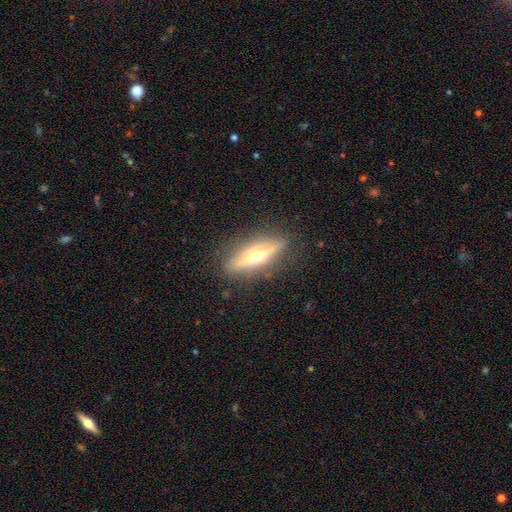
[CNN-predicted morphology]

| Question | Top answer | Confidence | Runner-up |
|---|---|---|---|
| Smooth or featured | featured or disk | 70% | smooth (24%) |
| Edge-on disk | yes | 92% | no (8%) |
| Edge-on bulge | rounded | 91% | none (5%) |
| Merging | none | 86% | minor disturbance (10%) |